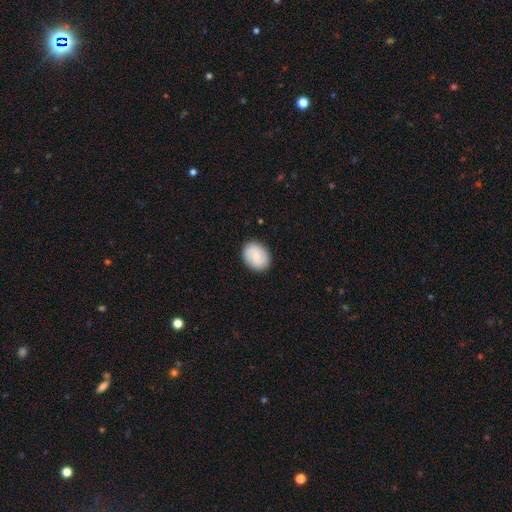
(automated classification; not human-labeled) Smooth or featured?
  - smooth: 67% *
  - featured or disk: 26%
  - star or artifact: 7%
How rounded?
  - in between: 59% *
  - round: 40%
  - cigar-shaped: 1%
Merging?
  - none: 88% *
  - minor disturbance: 9%
  - major disturbance: 2%
  - merger: 1%